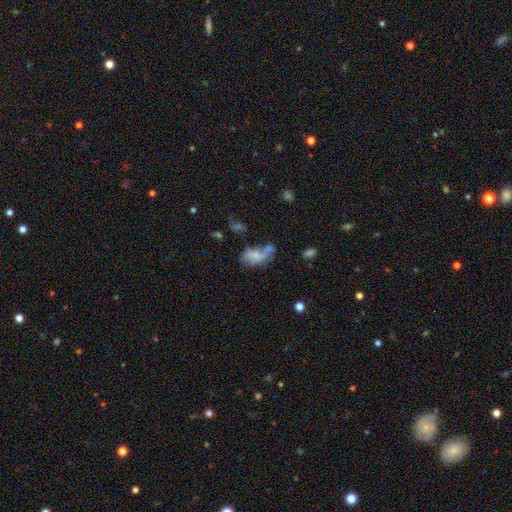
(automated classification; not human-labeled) A smooth galaxy with no disk features (50%).

Vote fractions:
- Smooth or featured? smooth: 50% / featured or disk: 39% / star or artifact: 11%
- Merging? none: 29% / merger: 26% / minor disturbance: 23% / major disturbance: 21%